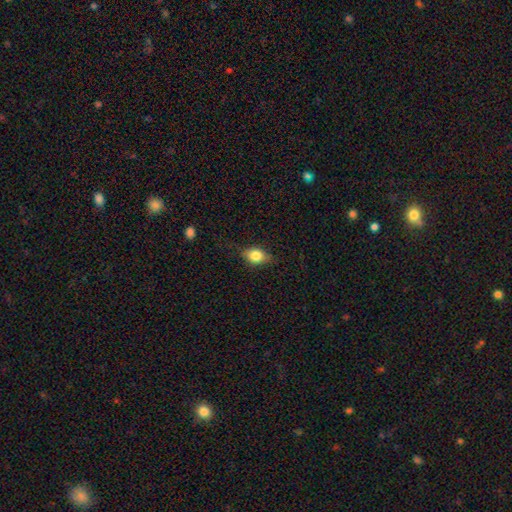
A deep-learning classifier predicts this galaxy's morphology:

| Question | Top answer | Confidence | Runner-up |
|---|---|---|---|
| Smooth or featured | smooth | 76% | featured or disk (15%) |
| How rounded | in between | 59% | round (38%) |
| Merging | none | 75% | minor disturbance (19%) |